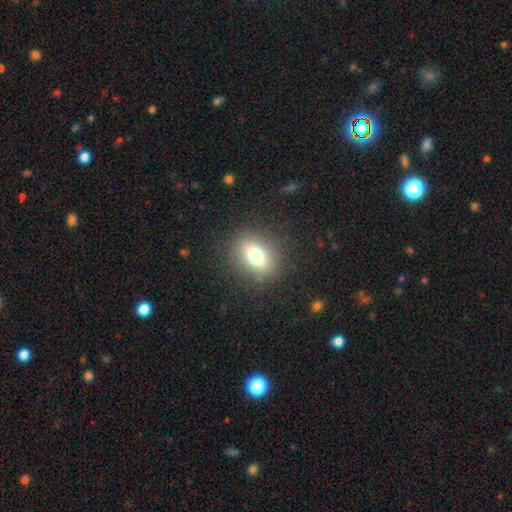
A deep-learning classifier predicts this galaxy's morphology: smooth-or-featured: smooth: 75% | featured or disk: 13% | star or artifact: 12%
  how-rounded: in between: 60% | round: 38% | cigar-shaped: 2%
  merging: none: 85% | minor disturbance: 9% | major disturbance: 5% | merger: 1%